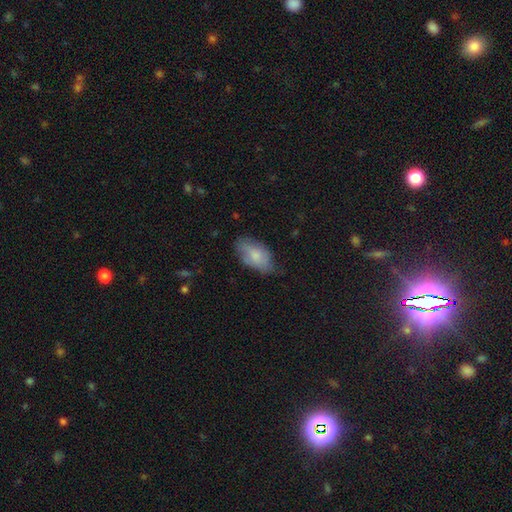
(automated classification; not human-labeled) Smooth or featured? smooth (73%)
How rounded? in between (93%)
Merging? none (63%)